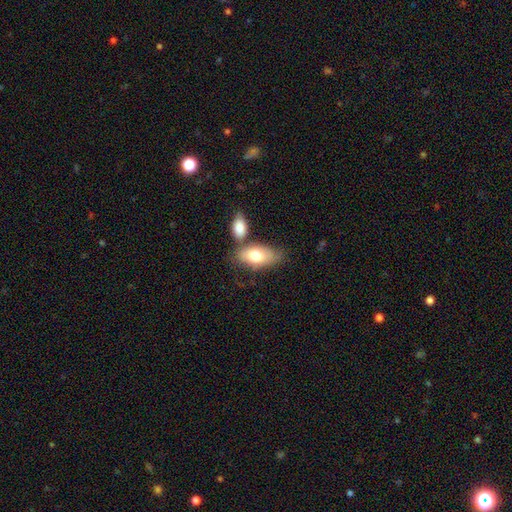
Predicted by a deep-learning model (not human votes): smooth_or_featured: smooth (p=0.74) [alt: featured or disk p=0.20]
how_rounded: in between (p=0.92) [alt: cigar-shaped p=0.04]
merging: none (p=0.47) [alt: merger p=0.31]